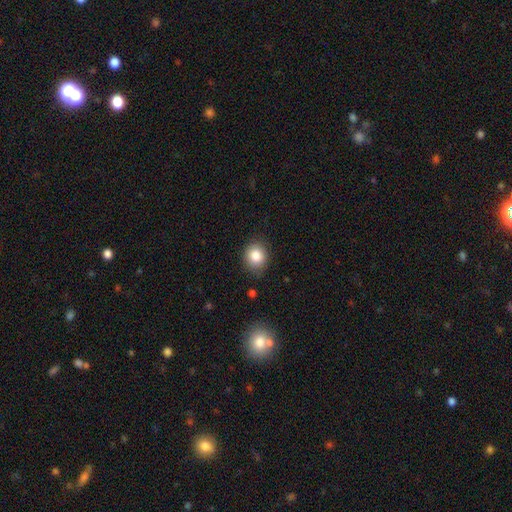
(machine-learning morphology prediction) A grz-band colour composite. It shows a smooth galaxy with no disk features (84%) that is round (73%). Merging: none (83%).